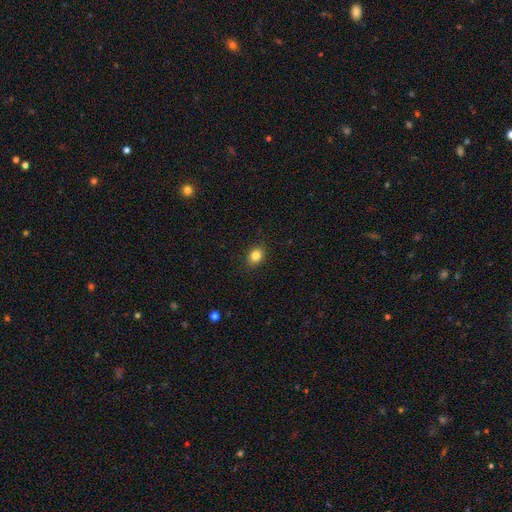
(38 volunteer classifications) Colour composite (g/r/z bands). It shows a smooth galaxy with no disk features (89%) that is round (56%). Merging: none (91%).